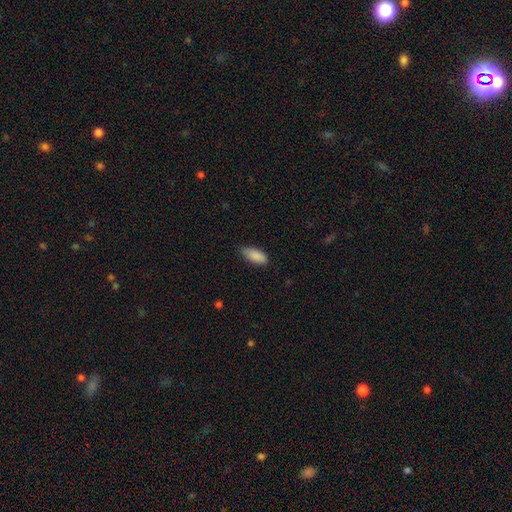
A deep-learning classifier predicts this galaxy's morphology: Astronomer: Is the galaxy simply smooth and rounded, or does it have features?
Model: smooth — 89%.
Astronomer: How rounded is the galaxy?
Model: in between — 90%.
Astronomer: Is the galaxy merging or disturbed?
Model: none — 77%.